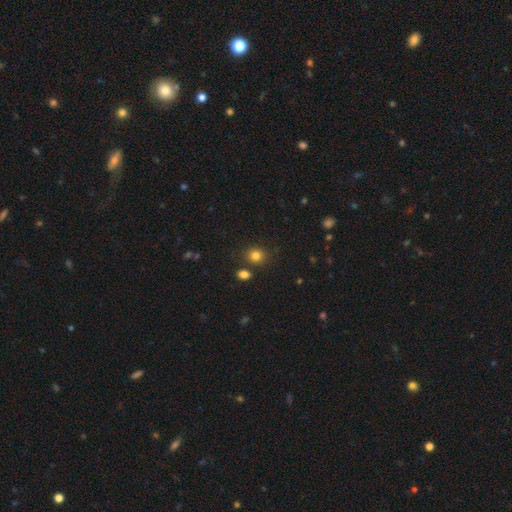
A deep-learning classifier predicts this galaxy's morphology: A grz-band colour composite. It shows a smooth galaxy with no disk features (82%) that is round (76%). Merging: none (80%).